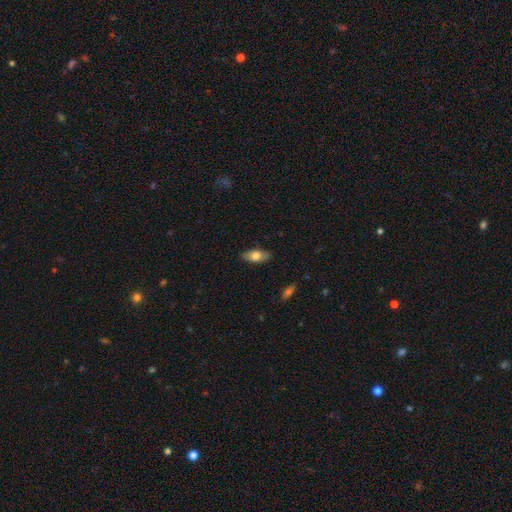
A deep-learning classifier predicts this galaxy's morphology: This is likely a smooth galaxy (71%). How rounded: clearly in between (84%). Merging: clearly none (85%).